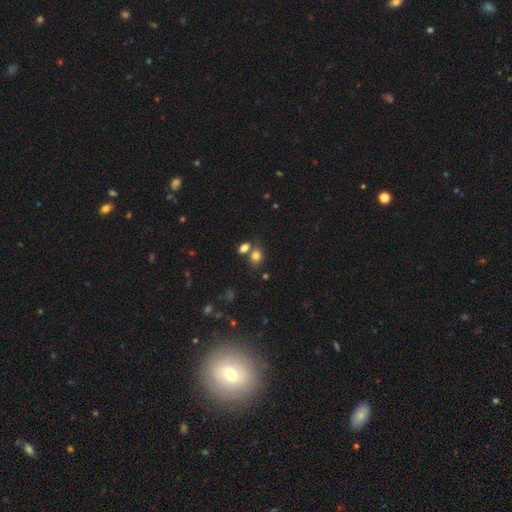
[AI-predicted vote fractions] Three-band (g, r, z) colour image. It shows a smooth galaxy with no disk features (80%) that is in between round and cigar-shaped (56%). Merging: none (55%).